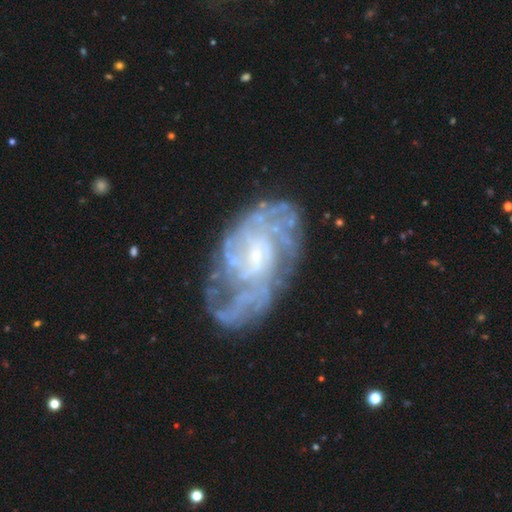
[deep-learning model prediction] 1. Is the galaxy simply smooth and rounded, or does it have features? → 84% featured or disk, 9% smooth, 7% star or artifact.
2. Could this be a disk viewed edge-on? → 96% no, 4% yes.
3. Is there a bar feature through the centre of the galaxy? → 59% no, 34% weak, 7% strong.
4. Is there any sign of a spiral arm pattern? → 89% yes, 11% no.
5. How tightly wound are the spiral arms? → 54% tight, 33% medium, 13% loose.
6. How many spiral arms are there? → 46% can't tell, 15% 2, 13% 4, 12% 3, 9% more than 4, 6% 1.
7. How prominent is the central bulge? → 69% small, 19% moderate, 9% none, 2% large, 1% dominant.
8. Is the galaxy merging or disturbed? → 62% none, 21% minor disturbance, 15% major disturbance, 3% merger.